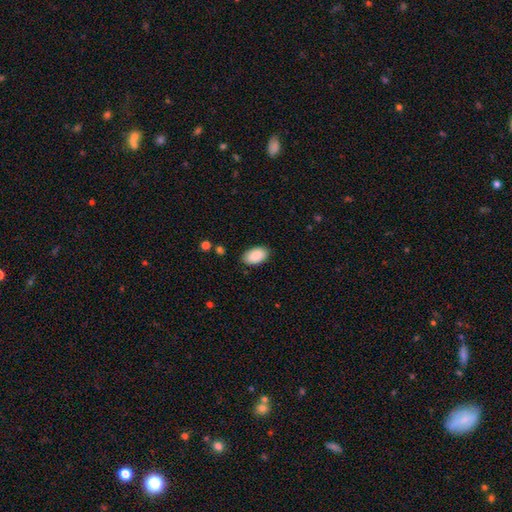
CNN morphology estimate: smooth_or_featured: smooth (p=0.91) [alt: star or artifact p=0.06]
how_rounded: in between (p=0.95) [alt: round p=0.04]
merging: none (p=0.87) [alt: minor disturbance p=0.10]